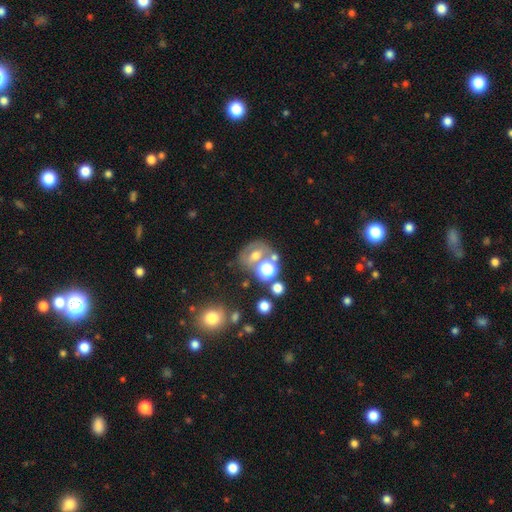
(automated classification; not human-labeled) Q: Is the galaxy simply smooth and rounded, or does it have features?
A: smooth — 47%.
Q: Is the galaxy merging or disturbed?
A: none — 49%.